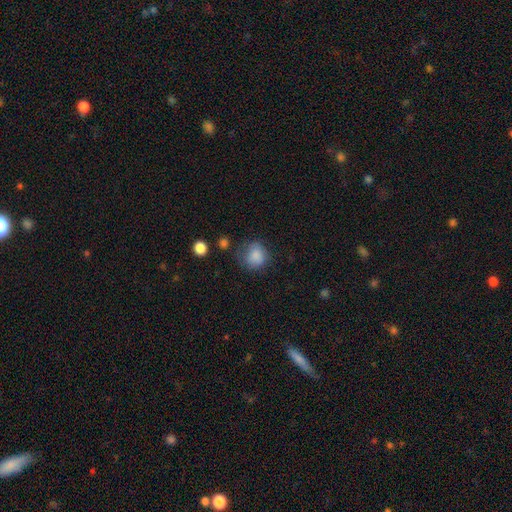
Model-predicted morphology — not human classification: smooth_or_featured: smooth (p=0.84) [alt: star or artifact p=0.09]
how_rounded: round (p=0.78) [alt: in between p=0.21]
merging: none (p=0.63) [alt: minor disturbance p=0.24]